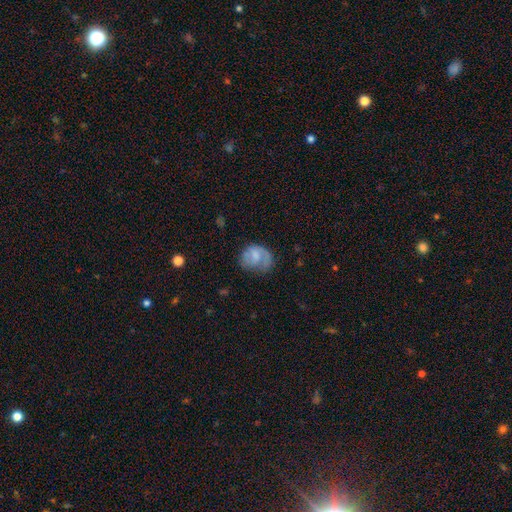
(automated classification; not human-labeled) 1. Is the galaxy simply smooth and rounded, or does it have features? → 50% smooth, 42% featured or disk, 8% star or artifact.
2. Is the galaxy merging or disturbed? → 44% none, 28% minor disturbance, 26% major disturbance, 2% merger.